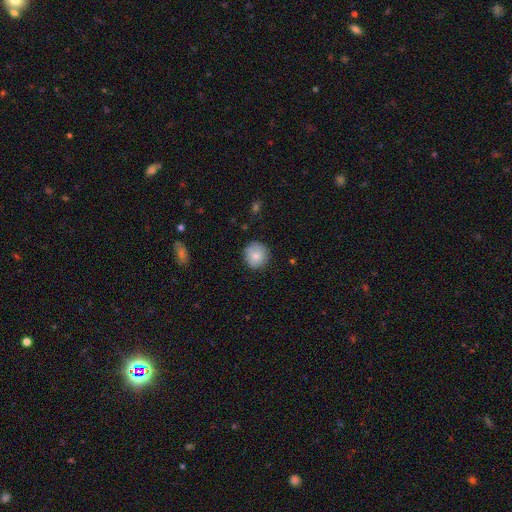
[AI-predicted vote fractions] Smooth or featured? smooth (79%)
How rounded? round (93%)
Merging? none (84%)